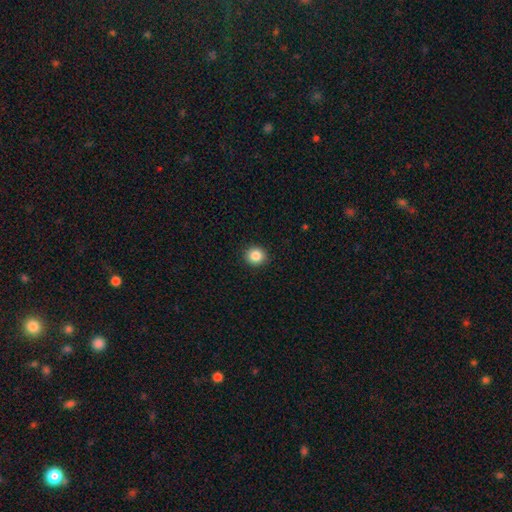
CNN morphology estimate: A smooth galaxy with no disk features (86%) that is round (89%). Merging: none (92%).